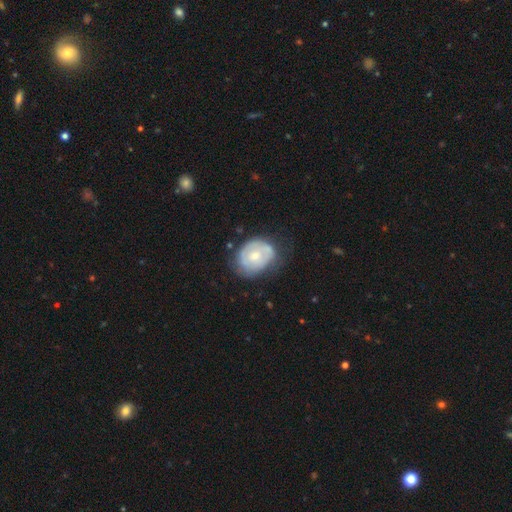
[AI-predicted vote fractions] Smooth or featured? featured or disk (60%)
Edge-on disk? no (97%)
Bar? no (77%)
Spiral arms? yes (57%)
Bulge size? small (48%)
Merging? none (56%)